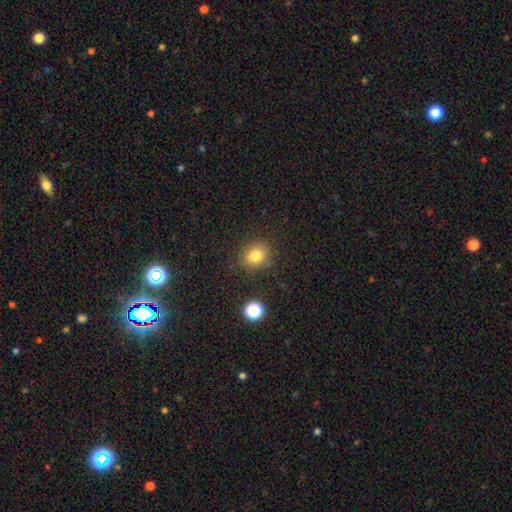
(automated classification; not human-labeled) smooth 79%, star or artifact 14%, featured or disk 7%. Down the decision tree: how rounded — round (74%); merging — none (83%).